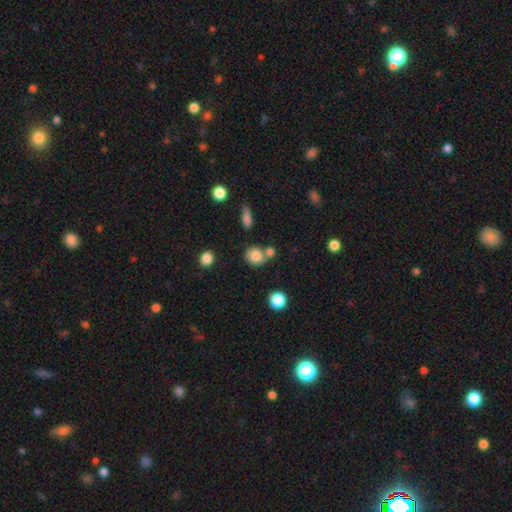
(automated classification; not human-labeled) Overall: smooth (80%). How rounded: round (79%). Merging: none (60%; merger 24%).